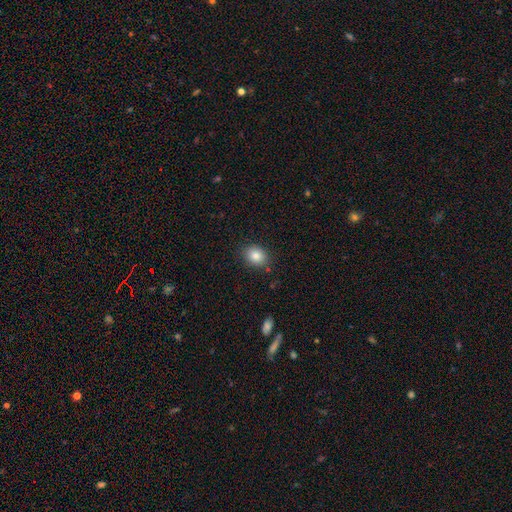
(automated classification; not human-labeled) Morphology: type=smooth (84%); roundness=in between (54%); merging=none (86%).